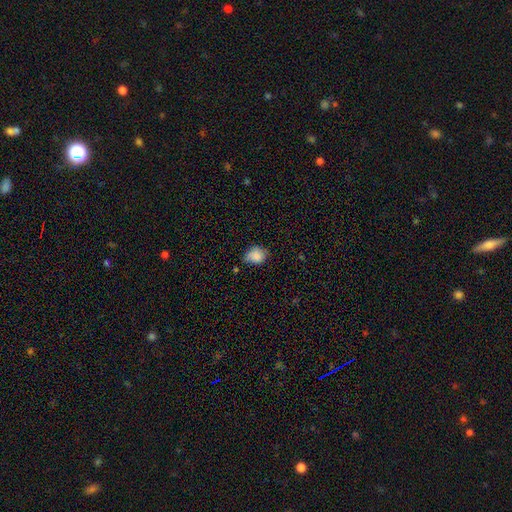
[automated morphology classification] smooth 84%, star or artifact 9%, featured or disk 7%. Down the decision tree: how rounded — in between (52%); merging — none (49%).